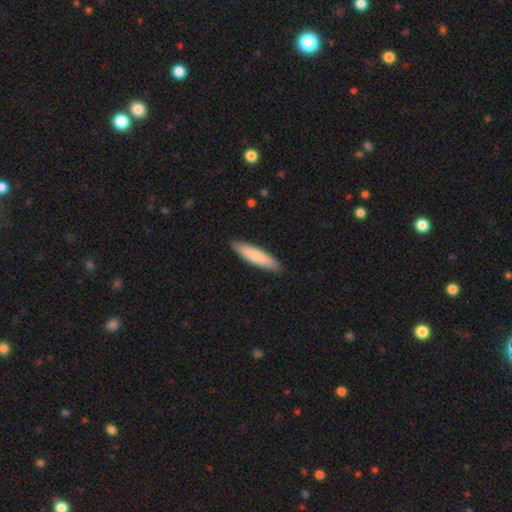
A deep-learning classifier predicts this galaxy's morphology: Smooth or featured? smooth (84%)
How rounded? cigar-shaped (77%)
Merging? none (89%)